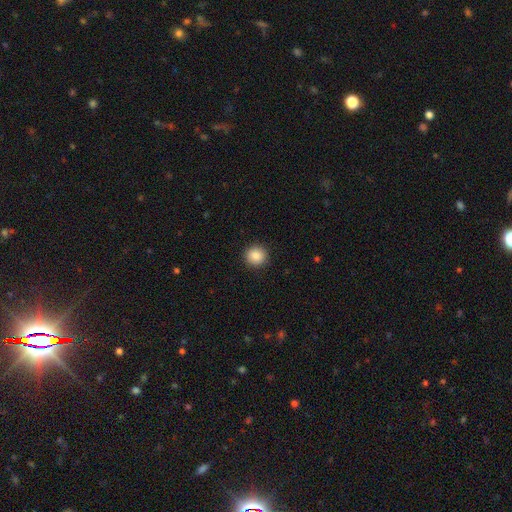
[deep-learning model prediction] This appears to be a smooth galaxy with no disk features (87%) that is round (94%). Merging: none (92%).